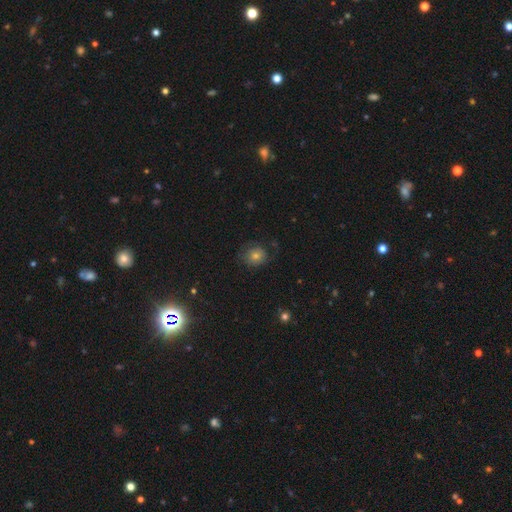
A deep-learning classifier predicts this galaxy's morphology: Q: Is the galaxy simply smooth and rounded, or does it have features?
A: smooth — 56%.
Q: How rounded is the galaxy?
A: round — 79%.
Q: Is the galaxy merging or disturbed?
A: none — 75%.